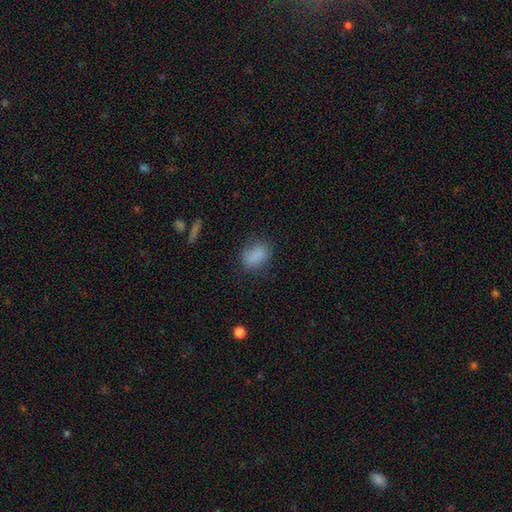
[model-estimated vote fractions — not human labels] Smooth or featured? smooth (83%)
How rounded? in between (76%)
Merging? none (71%)